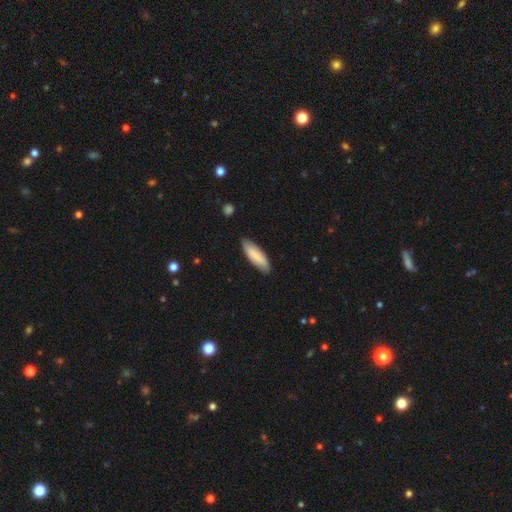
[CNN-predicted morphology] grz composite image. It shows a smooth galaxy with no disk features (84%) that is in between round and cigar-shaped (53%). Merging: none (83%).